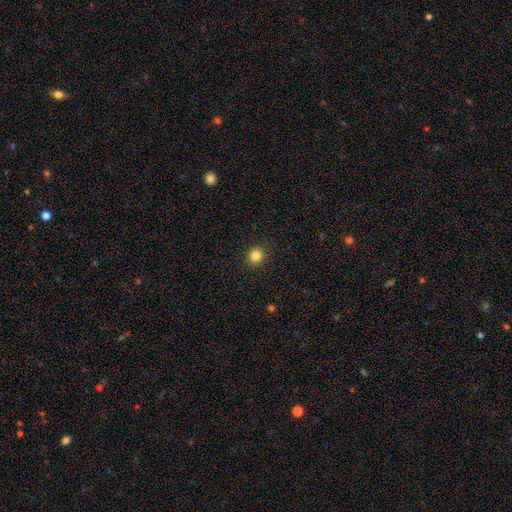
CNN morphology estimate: smooth-or-featured: smooth: 84% | star or artifact: 12% | featured or disk: 4%
  how-rounded: round: 89% | in between: 10% | cigar-shaped: 1%
  merging: none: 91% | minor disturbance: 6% | major disturbance: 2% | merger: 1%